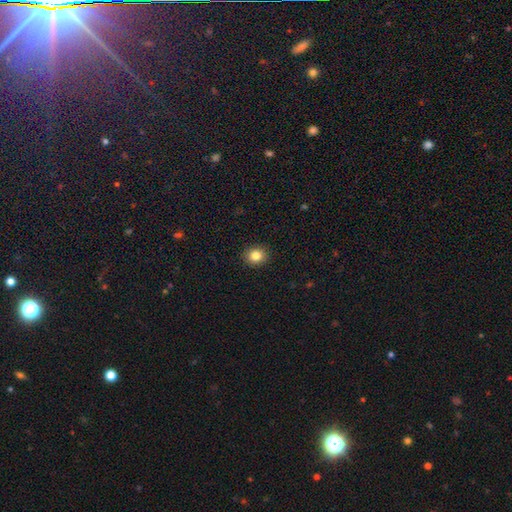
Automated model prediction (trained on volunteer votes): This appears to be a smooth galaxy with no disk features (85%) that is round (75%). Merging: none (91%).